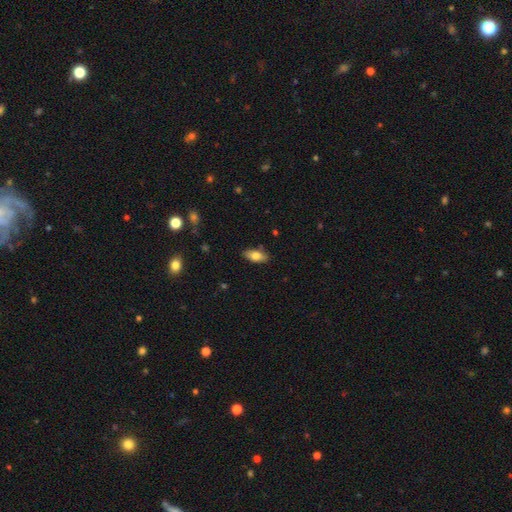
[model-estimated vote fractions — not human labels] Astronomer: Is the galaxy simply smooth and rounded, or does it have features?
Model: smooth — 76%.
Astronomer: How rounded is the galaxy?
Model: in between — 87%.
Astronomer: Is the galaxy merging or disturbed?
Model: none — 84%.